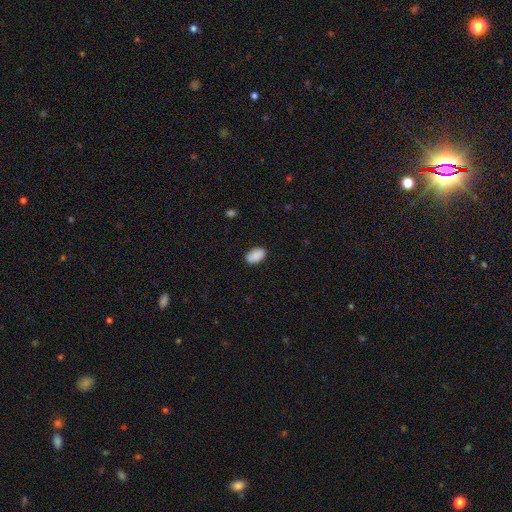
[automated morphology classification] type=smooth (90%); roundness=in between (94%); merging=none (87%).